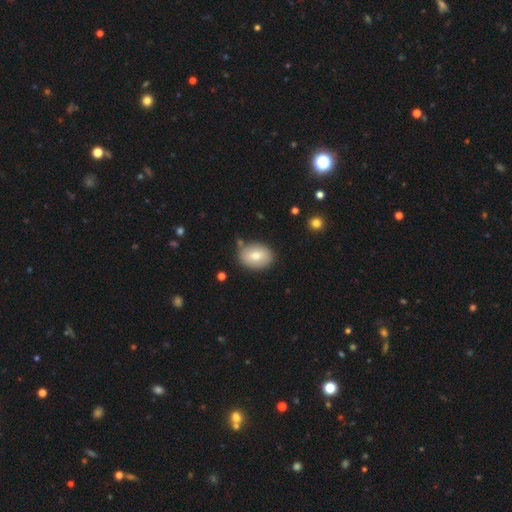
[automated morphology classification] Smooth or featured? smooth (75%)
How rounded? in between (71%)
Merging? none (80%)